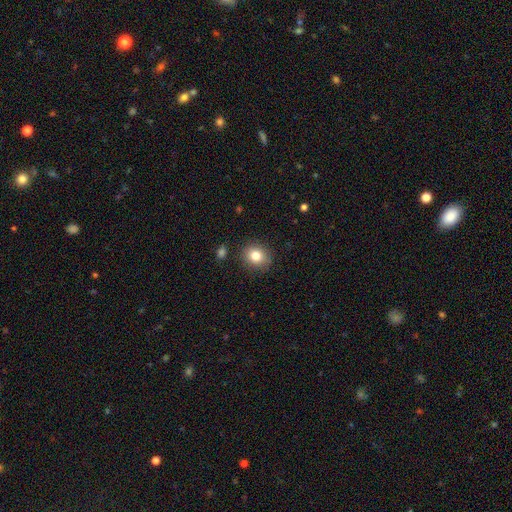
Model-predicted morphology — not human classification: A smooth galaxy with no disk features (81%) that is round (70%). Merging: none (86%).